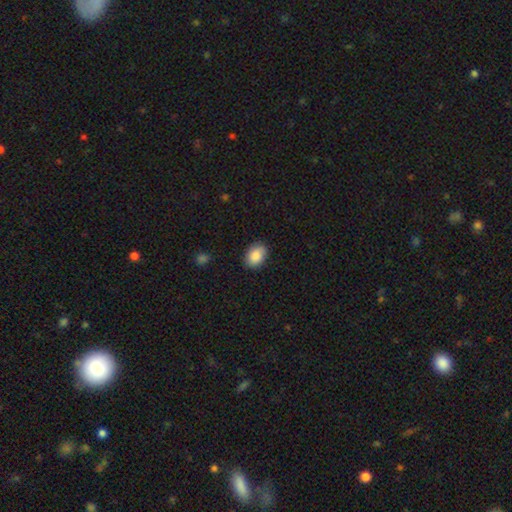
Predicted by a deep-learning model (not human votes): This is clearly a smooth galaxy (88%). How rounded: likely in between (79%). Merging: clearly none (86%).